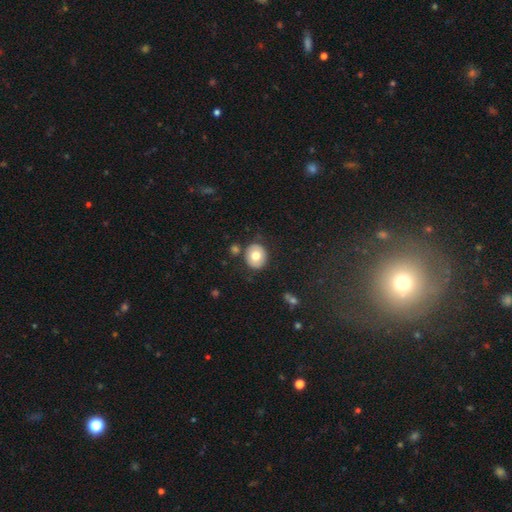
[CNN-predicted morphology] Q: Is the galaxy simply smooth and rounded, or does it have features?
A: smooth — 75%.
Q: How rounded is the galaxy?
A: round — 77%.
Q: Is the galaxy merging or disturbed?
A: none — 82%.